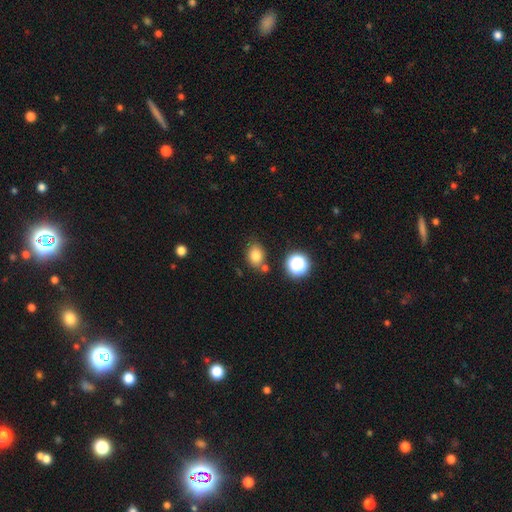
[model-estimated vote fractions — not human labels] Morphology: type=smooth (78%); roundness=in between (60%); merging=none (74%).